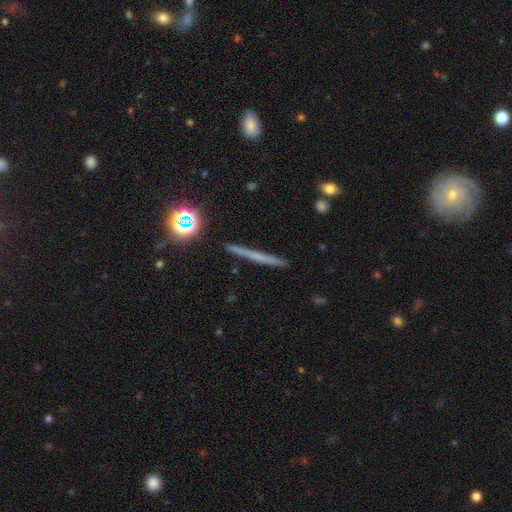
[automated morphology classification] Smooth or featured? featured or disk (48%)
Merging? none (90%)